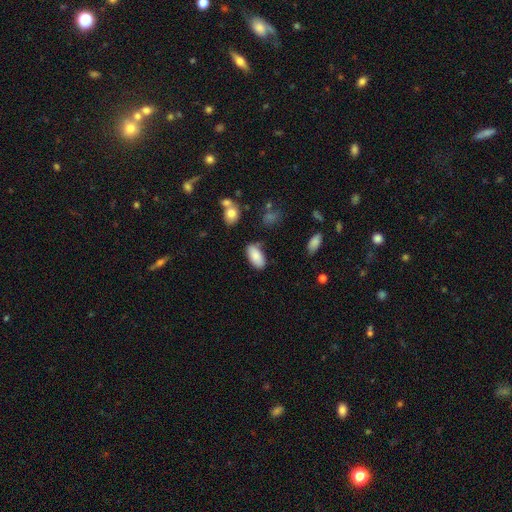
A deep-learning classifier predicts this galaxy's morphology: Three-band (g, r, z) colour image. It shows a smooth galaxy with no disk features (86%) that is in between round and cigar-shaped (93%). Merging: none (80%).